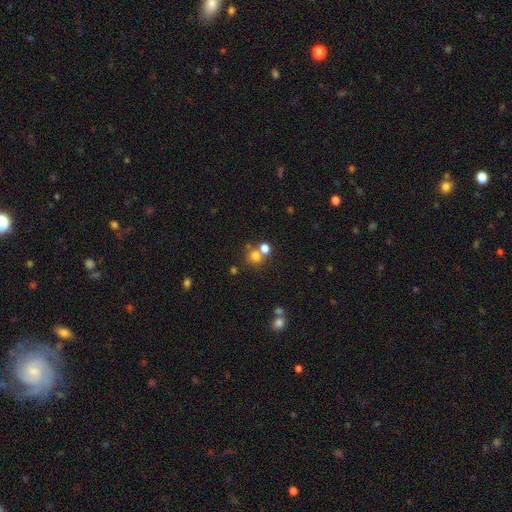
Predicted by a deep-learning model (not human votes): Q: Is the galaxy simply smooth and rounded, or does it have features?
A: smooth — 73%.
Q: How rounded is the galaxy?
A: round — 86%.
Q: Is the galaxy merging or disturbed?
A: none — 56%.